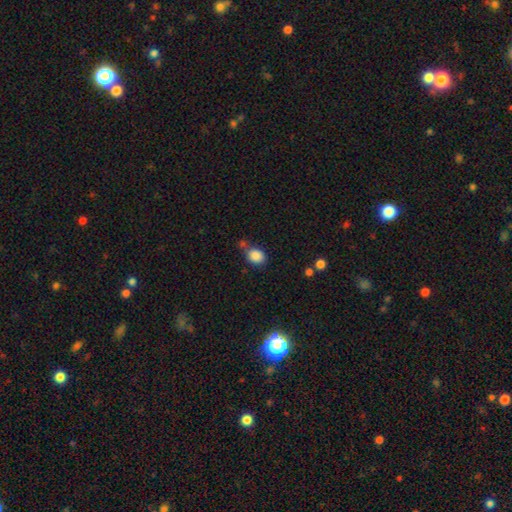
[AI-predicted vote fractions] The model was most divided on "how rounded": in between: 52%, round: 47%, cigar-shaped: 1%. More confident: smooth or featured — smooth (86%); merging — none (59%).